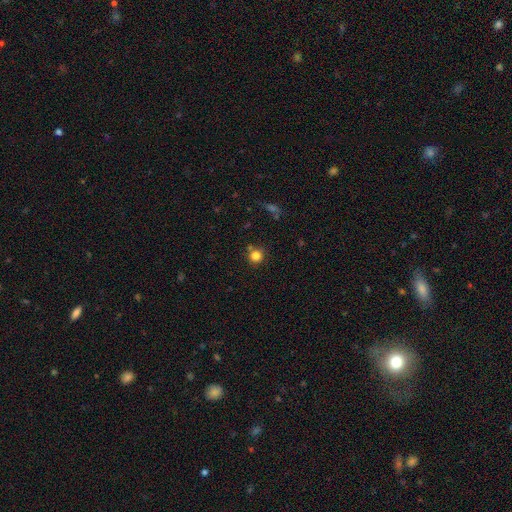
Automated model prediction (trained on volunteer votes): Overall: smooth (82%). How rounded: round (93%). Merging: none (78%).